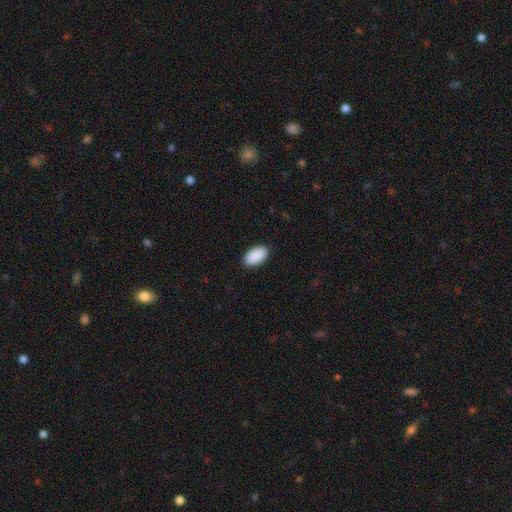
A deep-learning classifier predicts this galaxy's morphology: Overall: smooth (92%). How rounded: in between (96%). Merging: none (90%).